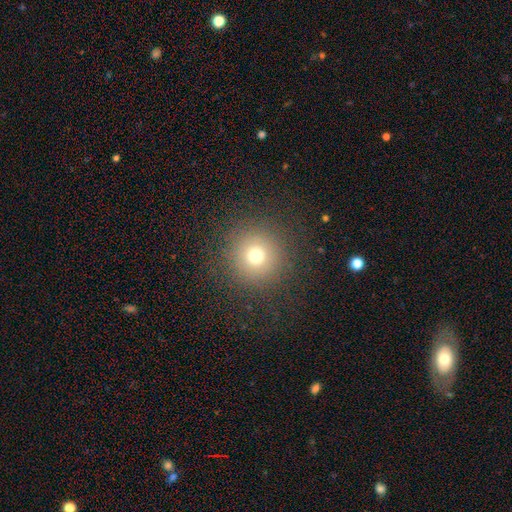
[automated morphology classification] Smooth or featured: smooth — 72% (star or artifact — 18%)
How rounded: round — 96% (in between — 3%)
Merging: none — 89% (minor disturbance — 6%)